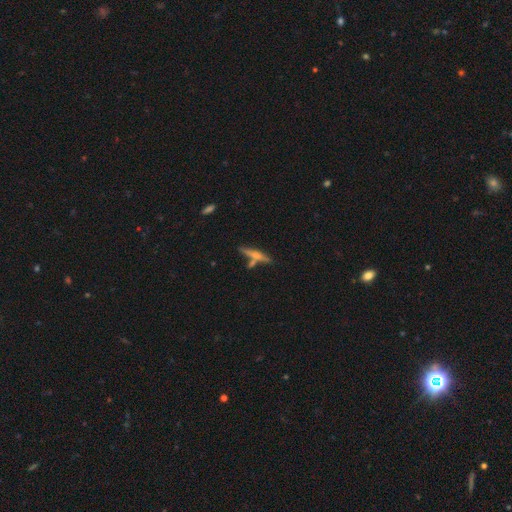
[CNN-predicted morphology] Smooth or featured? featured or disk (46%, tied with smooth)
Merging? none (65%)